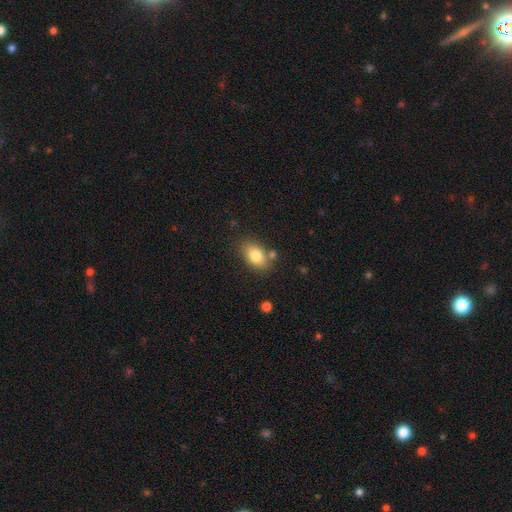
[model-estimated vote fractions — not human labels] smooth-or-featured: smooth: 82% | featured or disk: 10% | star or artifact: 8%
  how-rounded: in between: 87% | round: 12% | cigar-shaped: 2%
  merging: none: 75% | minor disturbance: 14% | merger: 8% | major disturbance: 4%